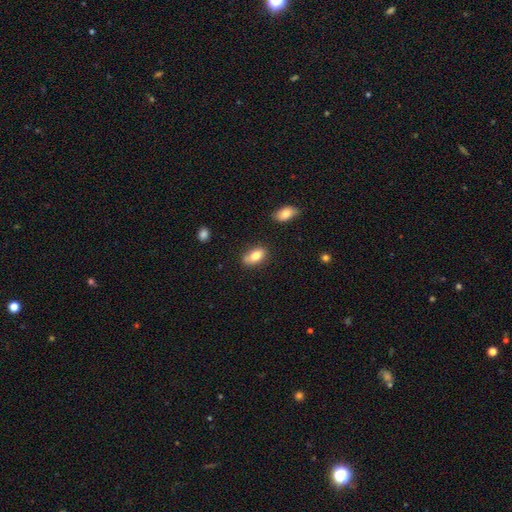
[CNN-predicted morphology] A smooth galaxy with no disk features (79%) that is in between round and cigar-shaped (90%). Merging: none (75%).